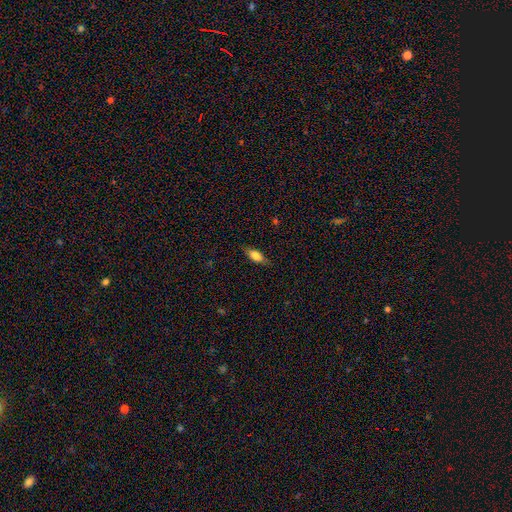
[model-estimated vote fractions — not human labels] Smooth or featured: smooth — 76% (featured or disk — 17%)
How rounded: in between — 76% (cigar-shaped — 21%)
Merging: none — 80% (minor disturbance — 16%)